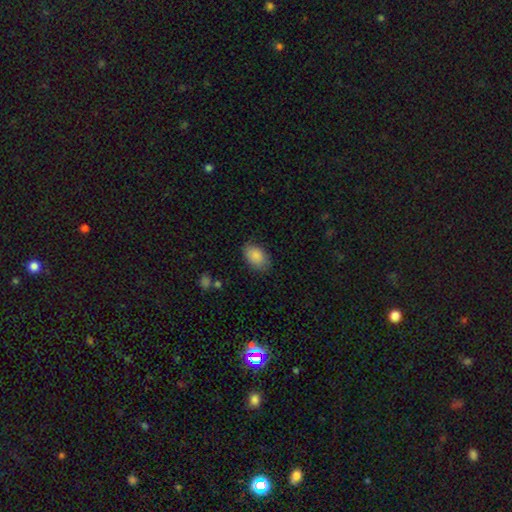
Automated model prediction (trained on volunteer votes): Morphology: type=smooth (88%); roundness=in between (89%); merging=none (78%).